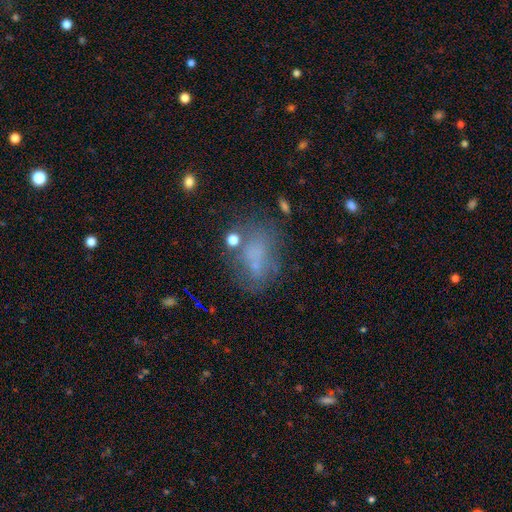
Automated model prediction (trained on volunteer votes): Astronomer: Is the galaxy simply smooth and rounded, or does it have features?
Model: smooth — 57%.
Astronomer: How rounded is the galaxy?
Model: in between — 76%.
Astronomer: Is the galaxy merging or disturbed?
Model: none — 49%.